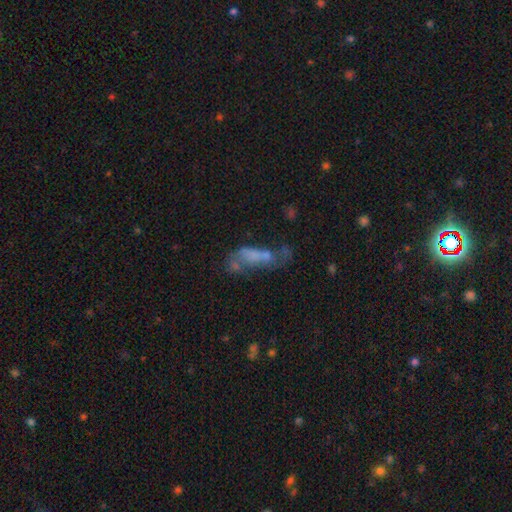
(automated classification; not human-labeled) smooth_or_featured: smooth (p=0.44) [alt: featured or disk p=0.41]
merging: merger (p=0.30) [alt: major disturbance p=0.29]